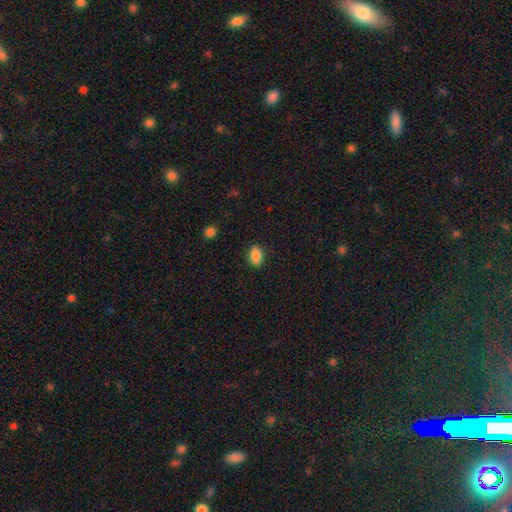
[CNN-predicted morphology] A smooth galaxy with no disk features (87%) that is in between round and cigar-shaped (83%).

Vote fractions:
- Smooth or featured? smooth: 87% / star or artifact: 8% / featured or disk: 4%
- How rounded? in between: 83% / round: 15% / cigar-shaped: 2%
- Merging? none: 88% / minor disturbance: 8% / major disturbance: 2% / merger: 1%